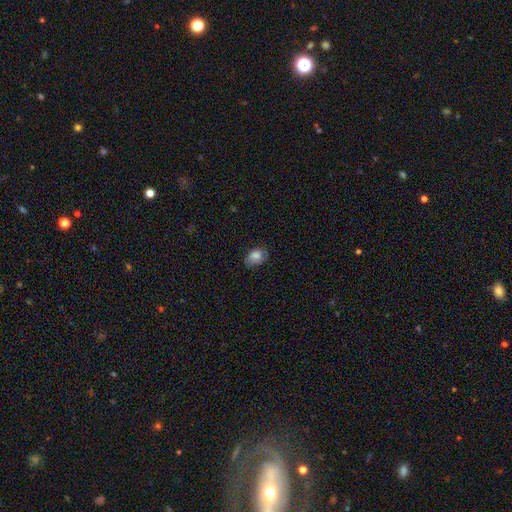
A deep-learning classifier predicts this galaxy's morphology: type=smooth (83%); roundness=in between (81%); merging=none (74%).